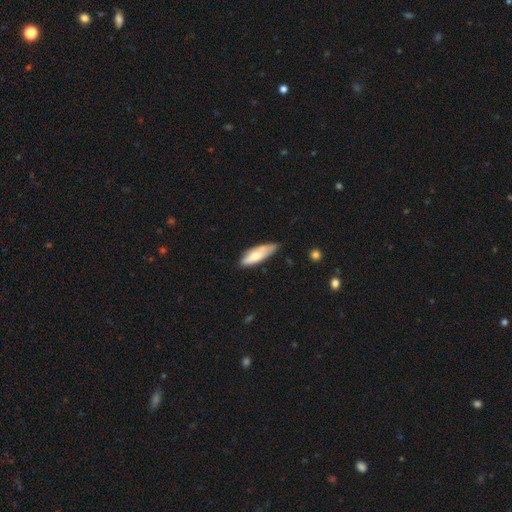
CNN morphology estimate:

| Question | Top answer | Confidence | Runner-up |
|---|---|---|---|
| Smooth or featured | smooth | 67% | featured or disk (28%) |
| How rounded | in between | 59% | cigar-shaped (39%) |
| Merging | none | 58% | minor disturbance (34%) |